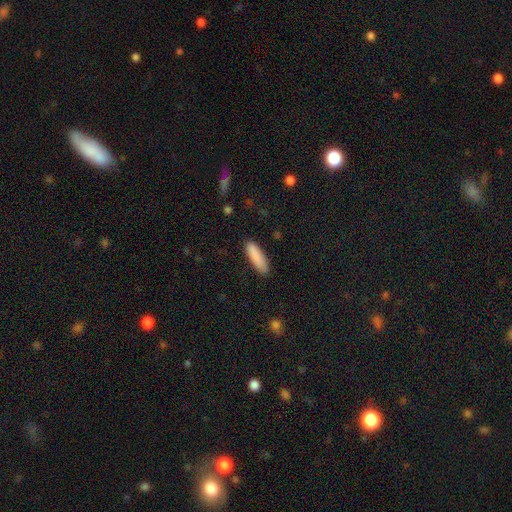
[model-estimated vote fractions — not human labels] Overall: smooth (89%). How rounded: cigar-shaped (56%; in between 42%). Merging: none (87%).